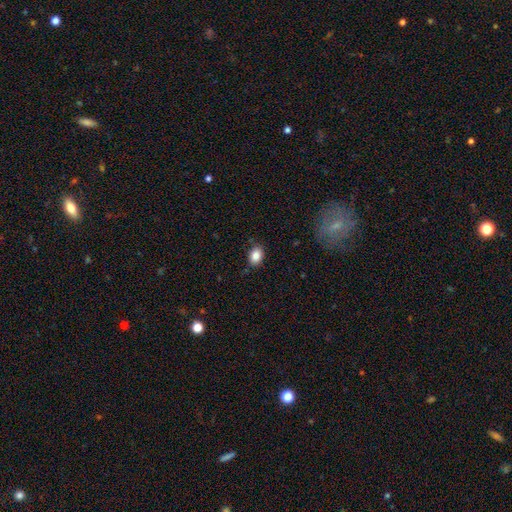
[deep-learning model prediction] Smooth or featured? Predicted: smooth (p=0.86). How rounded? Predicted: in between (p=0.73). Merging? Predicted: none (p=0.81).